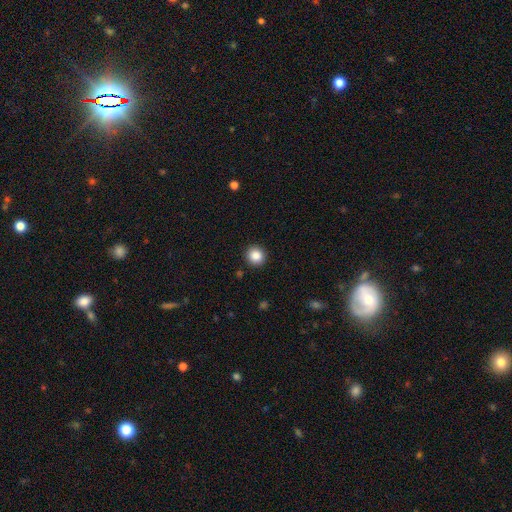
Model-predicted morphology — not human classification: Smooth or featured: smooth — 86% (star or artifact — 10%)
How rounded: round — 92% (in between — 7%)
Merging: none — 92% (minor disturbance — 5%)